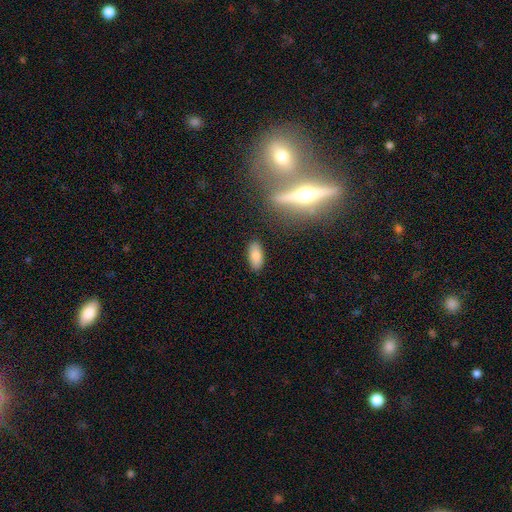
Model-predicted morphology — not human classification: Smooth or featured?
  - smooth: 84% *
  - featured or disk: 9%
  - star or artifact: 8%
How rounded?
  - in between: 86% *
  - cigar-shaped: 12%
  - round: 3%
Merging?
  - none: 86% *
  - minor disturbance: 9%
  - major disturbance: 2%
  - merger: 2%